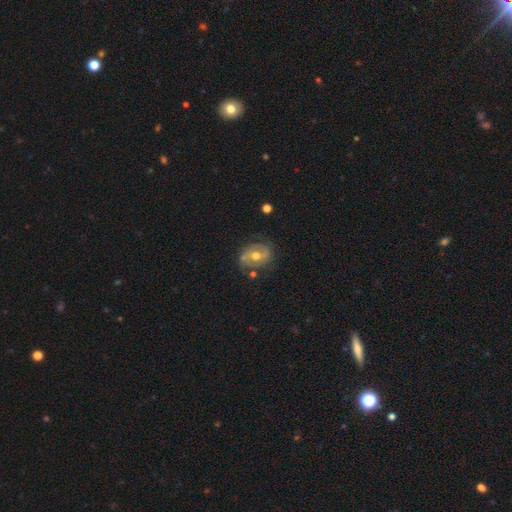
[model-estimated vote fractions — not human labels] Morphology: type=featured or disk (70%); edge-on=no (96%); bar=no (49%); spiral arms=yes (75%); winding=medium (43%); arm count=2 (76%); bulge=moderate (78%); merging=none (70%).